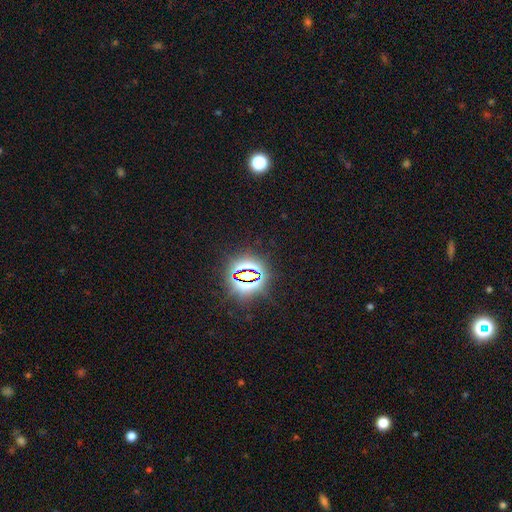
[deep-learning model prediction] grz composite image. It shows a star or artifact, not a galaxy (79%).